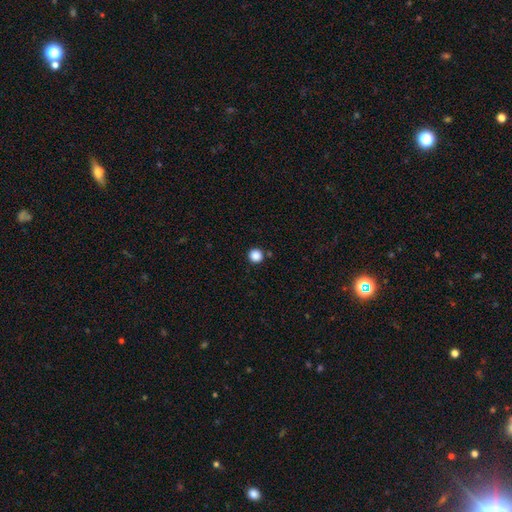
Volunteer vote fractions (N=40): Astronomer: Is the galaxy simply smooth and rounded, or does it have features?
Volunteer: smooth — 95%.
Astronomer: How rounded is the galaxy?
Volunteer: round — 97%.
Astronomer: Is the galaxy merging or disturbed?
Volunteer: none — 87%.